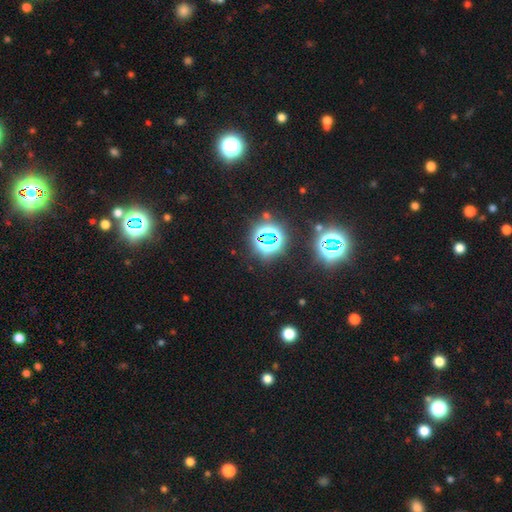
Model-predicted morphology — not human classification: smooth-or-featured: star or artifact: 77% | smooth: 16% | featured or disk: 7%